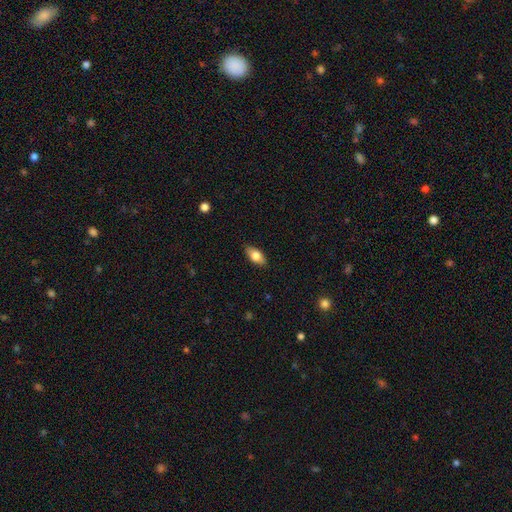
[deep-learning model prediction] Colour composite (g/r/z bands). It shows a smooth galaxy with no disk features (77%) that is in between round and cigar-shaped (88%). Merging: none (87%).